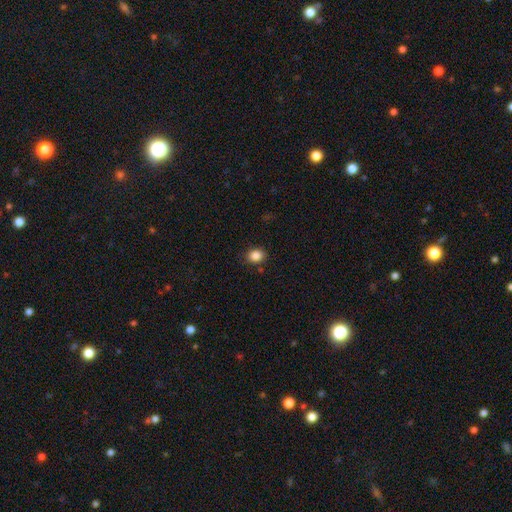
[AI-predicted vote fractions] This appears to be a smooth galaxy with no disk features (85%) that is round (54%). Merging: none (84%).